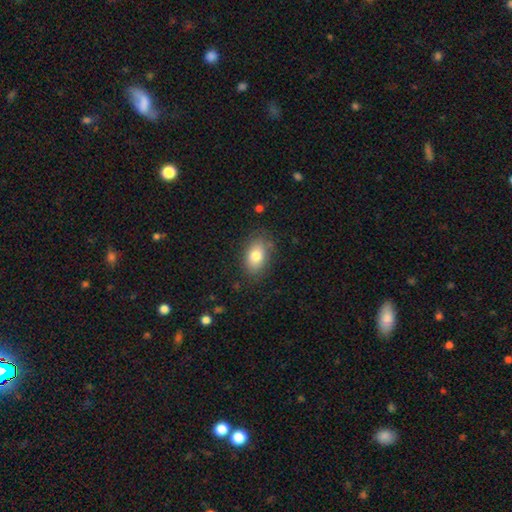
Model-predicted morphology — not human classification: smooth_or_featured: smooth (p=0.78) [alt: featured or disk p=0.14]
how_rounded: in between (p=0.87) [alt: round p=0.11]
merging: none (p=0.80) [alt: minor disturbance p=0.14]